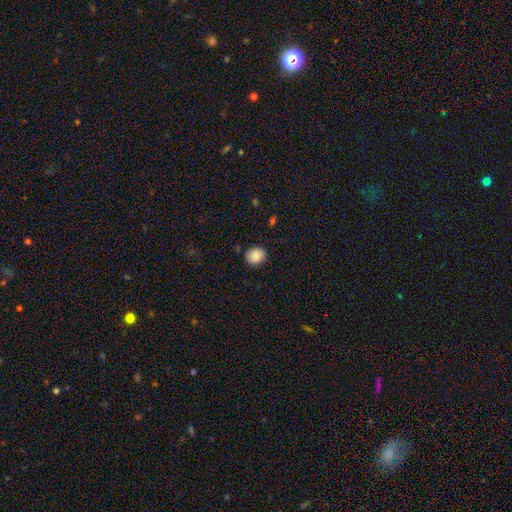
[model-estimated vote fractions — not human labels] This appears to be a smooth galaxy with no disk features (87%) that is round (65%). Merging: none (86%).